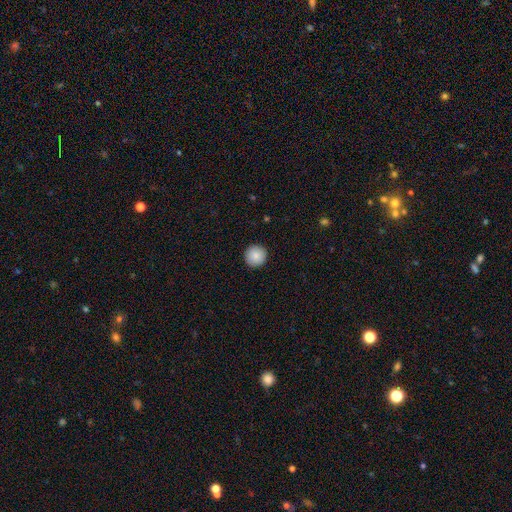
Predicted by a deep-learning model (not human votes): smooth_or_featured: smooth (p=0.88) [alt: star or artifact p=0.08]
how_rounded: round (p=0.96) [alt: in between p=0.03]
merging: none (p=0.93) [alt: minor disturbance p=0.05]